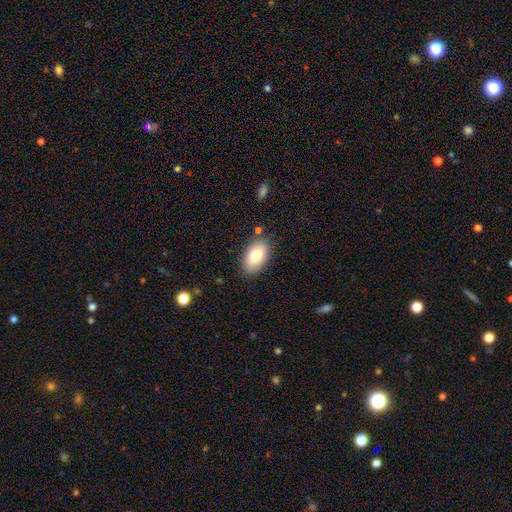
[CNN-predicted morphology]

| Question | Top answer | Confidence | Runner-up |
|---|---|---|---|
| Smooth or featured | smooth | 80% | featured or disk (13%) |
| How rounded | in between | 94% | round (4%) |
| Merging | none | 83% | minor disturbance (11%) |